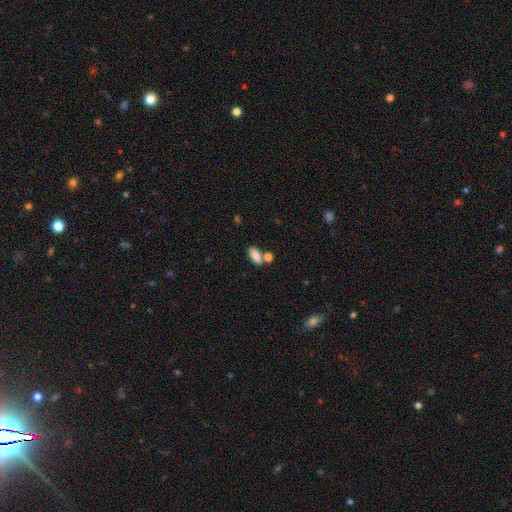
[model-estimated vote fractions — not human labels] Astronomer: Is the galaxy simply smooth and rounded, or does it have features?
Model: smooth — 85%.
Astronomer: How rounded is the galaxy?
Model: in between — 89%.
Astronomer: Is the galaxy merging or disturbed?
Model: none — 58%.